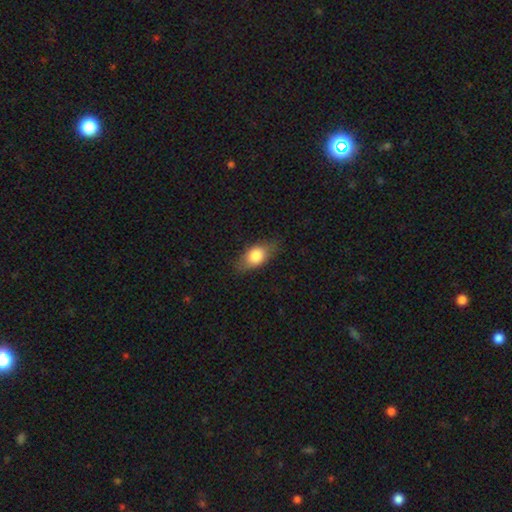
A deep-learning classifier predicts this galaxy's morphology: smooth_or_featured: smooth (p=0.77) [alt: featured or disk p=0.15]
how_rounded: in between (p=0.84) [alt: round p=0.10]
merging: none (p=0.77) [alt: minor disturbance p=0.18]